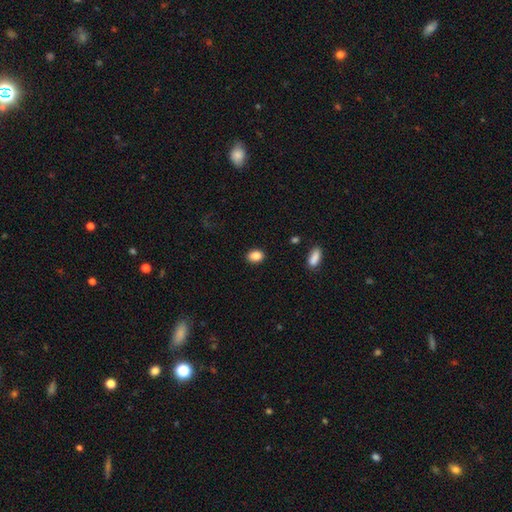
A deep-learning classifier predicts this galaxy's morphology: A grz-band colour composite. It shows a smooth galaxy with no disk features (87%) that is in between round and cigar-shaped (68%). Merging: none (88%).